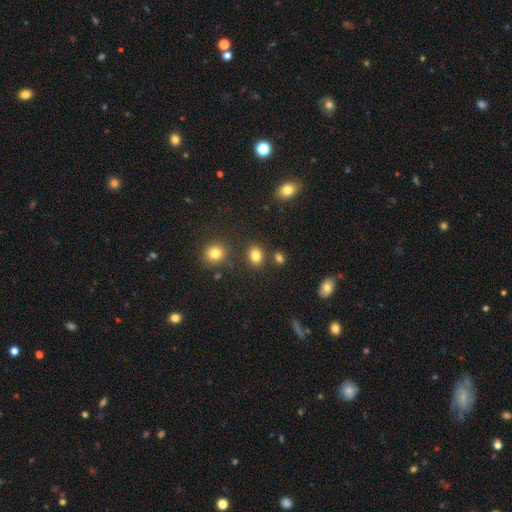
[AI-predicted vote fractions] Q: Smooth or featured?
A: smooth (83%); runner-up: star or artifact (11%)
Q: How rounded?
A: in between (61%); runner-up: round (38%)
Q: Merging?
A: none (80%); runner-up: minor disturbance (10%)